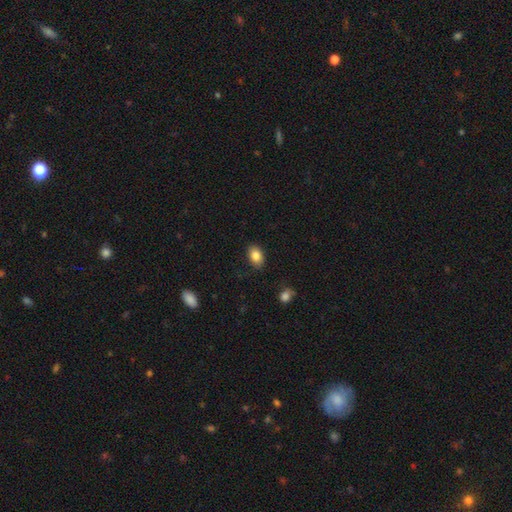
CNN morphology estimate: The model was most divided on "how rounded": in between: 86%, round: 13%, cigar-shaped: 1%. More confident: merging — none (87%); smooth or featured — smooth (84%).